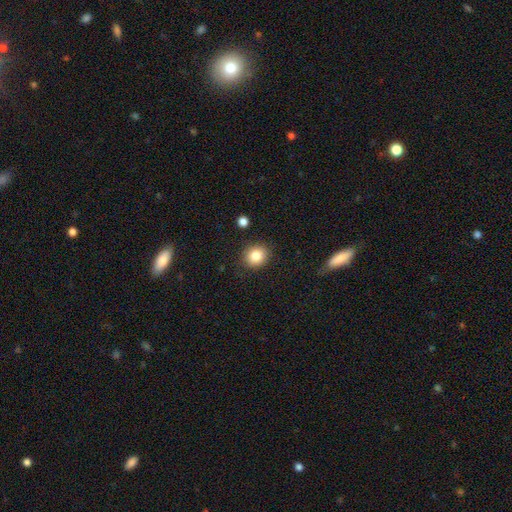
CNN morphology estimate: Smooth or featured: smooth — 84% (star or artifact — 10%)
How rounded: round — 82% (in between — 17%)
Merging: none — 87% (minor disturbance — 9%)